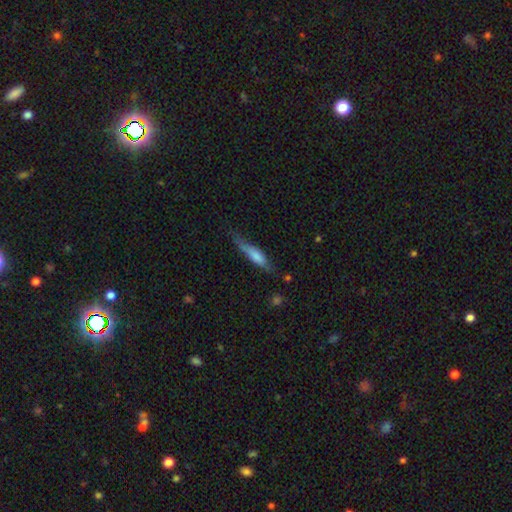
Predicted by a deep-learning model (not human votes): Smooth or featured? Predicted: smooth (p=0.65). How rounded? Predicted: cigar-shaped (p=0.76). Merging? Predicted: none (p=0.53).